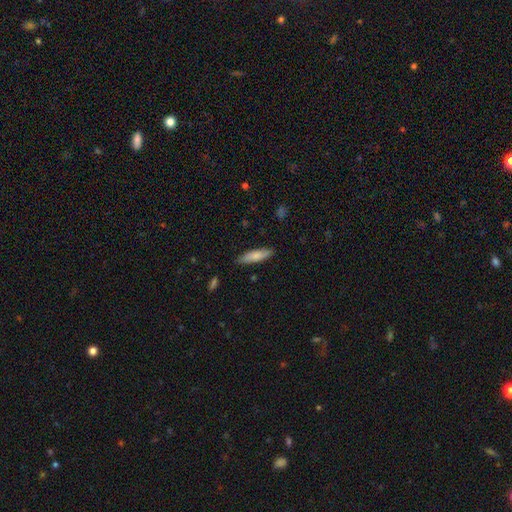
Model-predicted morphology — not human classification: The model was most divided on "how rounded": cigar-shaped: 67%, in between: 32%, round: 2%. More confident: merging — none (85%); smooth or featured — smooth (76%).